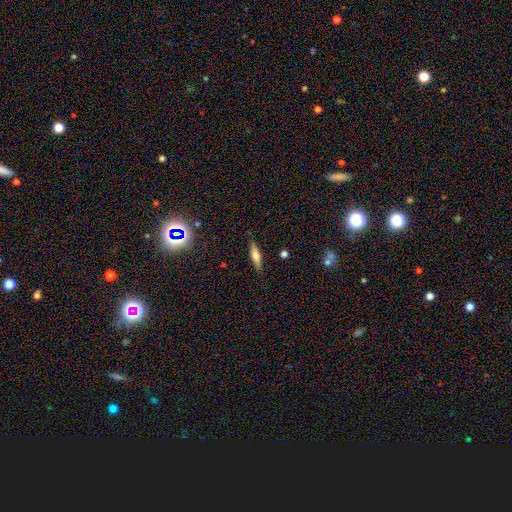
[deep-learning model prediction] Q: Smooth or featured?
A: smooth (66%); runner-up: featured or disk (25%)
Q: How rounded?
A: cigar-shaped (61%); runner-up: in between (36%)
Q: Merging?
A: none (85%); runner-up: minor disturbance (11%)